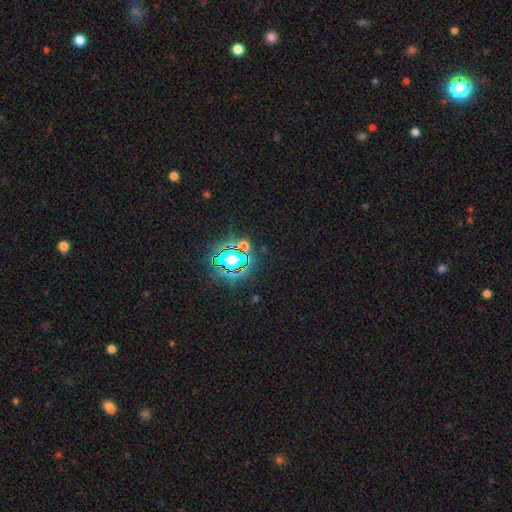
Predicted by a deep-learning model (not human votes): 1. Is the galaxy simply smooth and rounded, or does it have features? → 81% star or artifact, 11% smooth, 7% featured or disk.